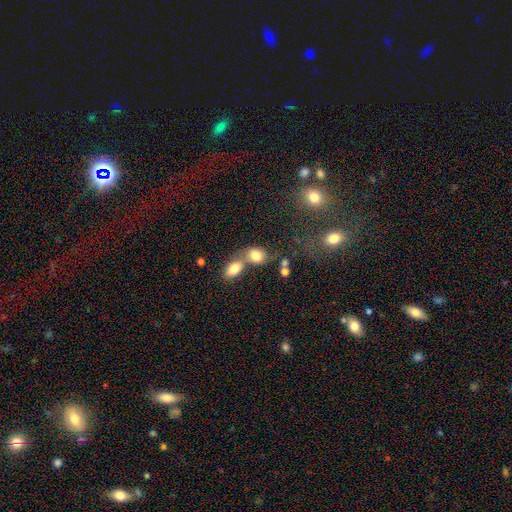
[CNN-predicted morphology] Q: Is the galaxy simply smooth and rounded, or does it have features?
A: smooth — 80%.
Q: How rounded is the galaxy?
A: in between — 68%.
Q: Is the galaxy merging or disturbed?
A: merger — 54%.